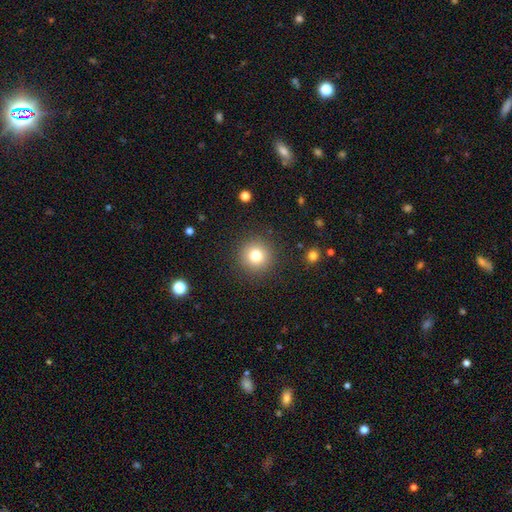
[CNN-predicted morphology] type=smooth (78%); roundness=round (95%); merging=none (90%).